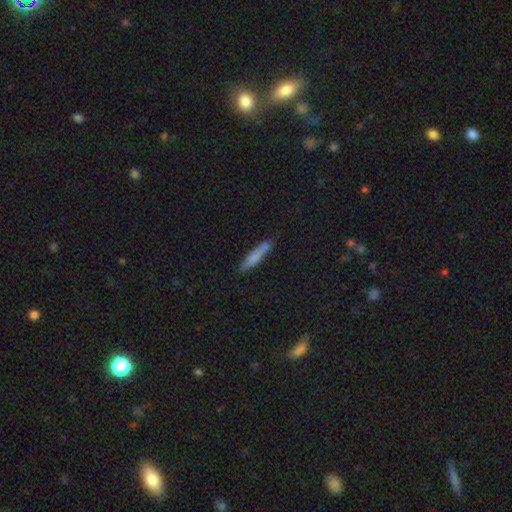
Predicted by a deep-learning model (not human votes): Smooth or featured: smooth — 73% (featured or disk — 18%)
How rounded: cigar-shaped — 89% (in between — 9%)
Merging: none — 78% (minor disturbance — 15%)